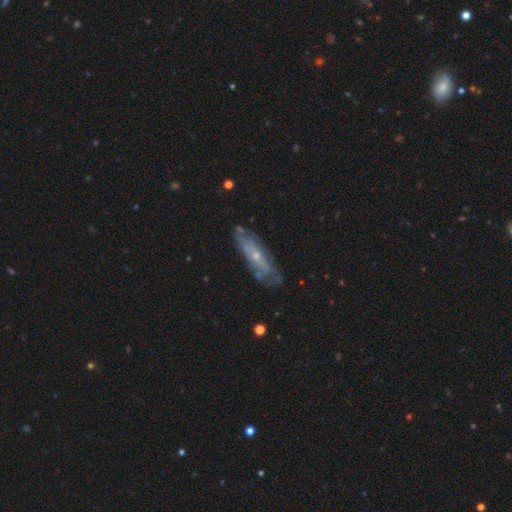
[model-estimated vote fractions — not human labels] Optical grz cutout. It shows a featured or disk galaxy (67%). Merging: none (70%).